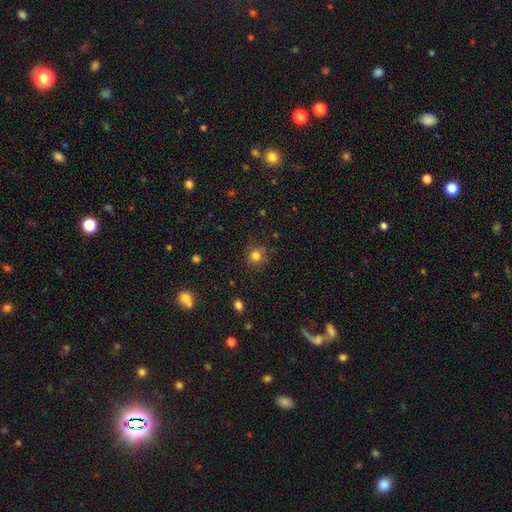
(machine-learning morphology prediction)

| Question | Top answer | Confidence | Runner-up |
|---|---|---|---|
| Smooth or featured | smooth | 80% | star or artifact (14%) |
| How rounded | round | 91% | in between (8%) |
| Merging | none | 84% | minor disturbance (11%) |